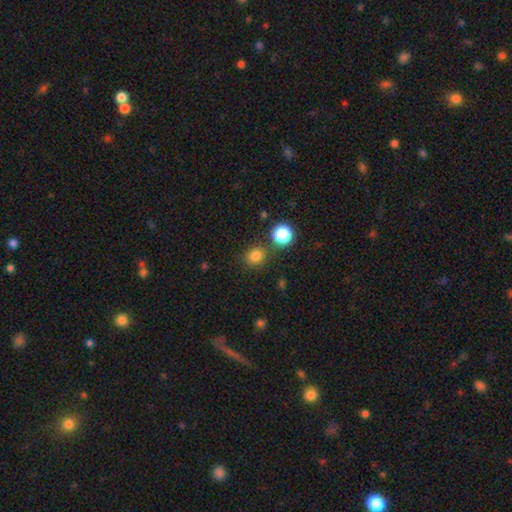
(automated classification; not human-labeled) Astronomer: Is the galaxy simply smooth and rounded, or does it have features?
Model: smooth — 80%.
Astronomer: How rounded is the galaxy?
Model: round — 75%.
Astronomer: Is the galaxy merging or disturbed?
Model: none — 78%.